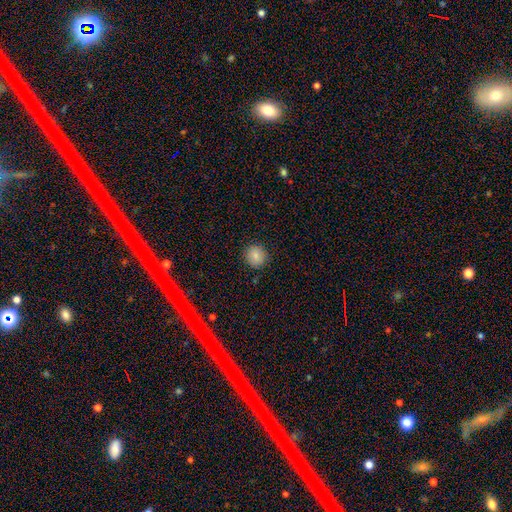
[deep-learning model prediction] smooth 85%, star or artifact 10%, featured or disk 5%. Down the decision tree: how rounded — round (90%); merging — none (89%).